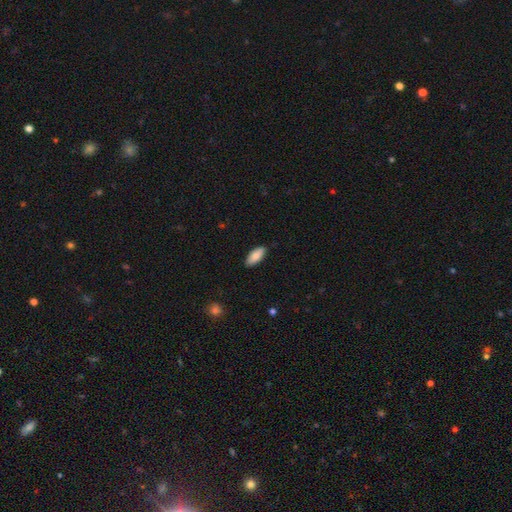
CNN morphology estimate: type=smooth (86%); roundness=in between (86%); merging=none (87%).